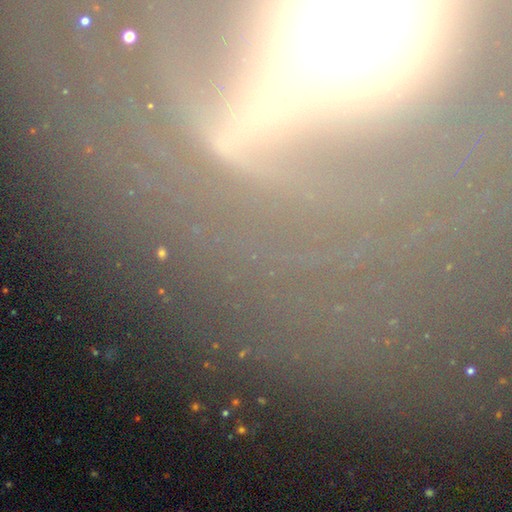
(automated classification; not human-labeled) Smooth or featured: featured or disk — 55% (star or artifact — 29%)
Edge-on disk: no — 66% (yes — 34%)
Merging: none — 69% (minor disturbance — 13%)